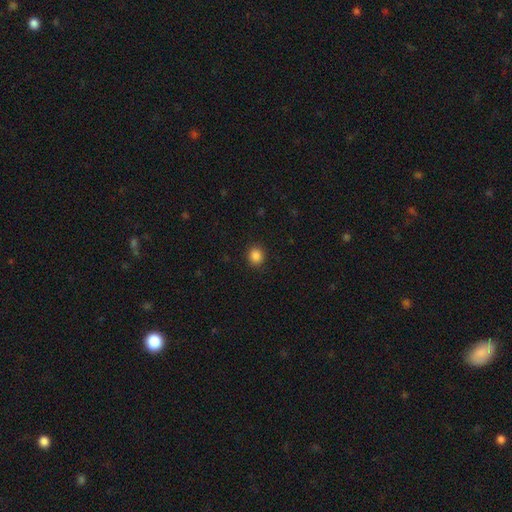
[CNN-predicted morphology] smooth_or_featured: smooth (p=0.86) [alt: star or artifact p=0.11]
how_rounded: round (p=0.81) [alt: in between p=0.18]
merging: none (p=0.91) [alt: minor disturbance p=0.06]